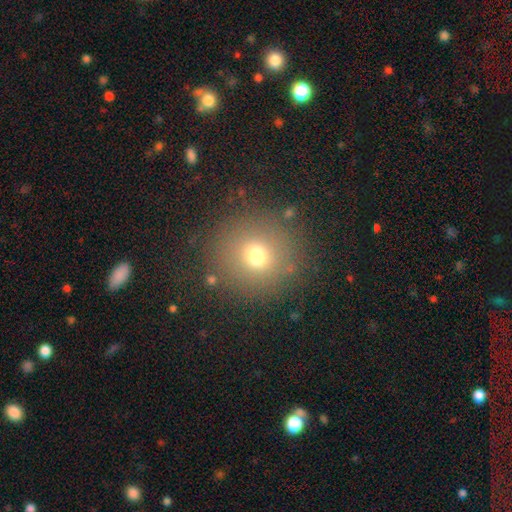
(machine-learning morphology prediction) type=smooth (70%); roundness=round (94%); merging=none (86%).